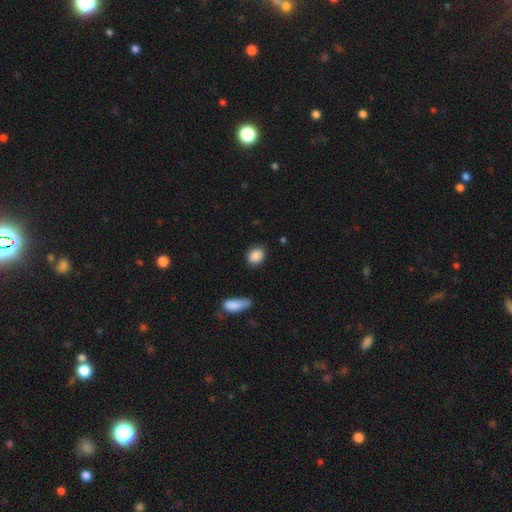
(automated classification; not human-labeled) smooth 88%, star or artifact 8%, featured or disk 4%. Down the decision tree: how rounded — round (52%); merging — none (82%).